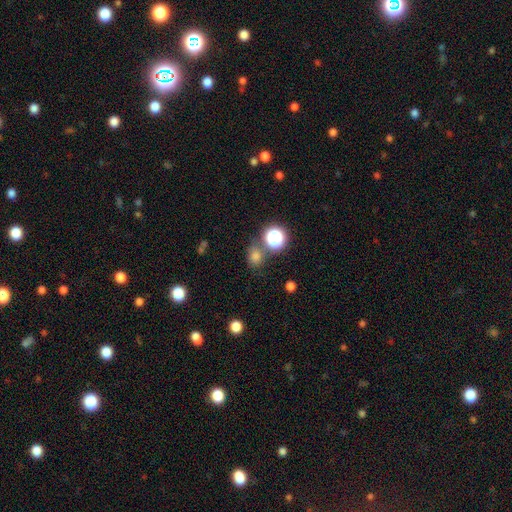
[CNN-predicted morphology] smooth_or_featured: smooth (p=0.62) [alt: star or artifact p=0.31]
how_rounded: round (p=0.72) [alt: in between p=0.26]
merging: none (p=0.74) [alt: merger p=0.12]